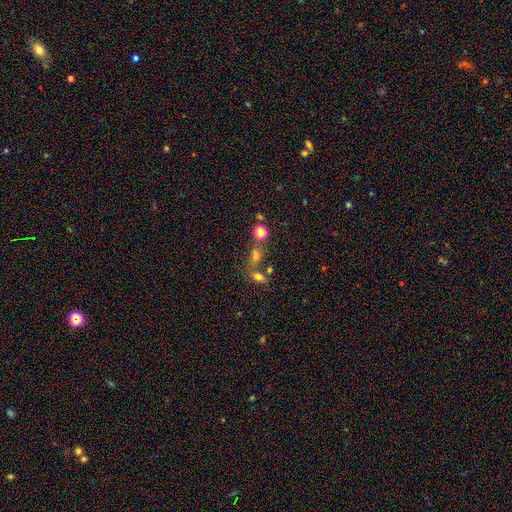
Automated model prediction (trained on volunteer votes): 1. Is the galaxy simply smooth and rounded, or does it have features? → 56% smooth, 29% star or artifact, 15% featured or disk.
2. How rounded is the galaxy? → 53% in between, 41% round, 7% cigar-shaped.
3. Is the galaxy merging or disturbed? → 44% none, 38% merger, 10% minor disturbance, 7% major disturbance.